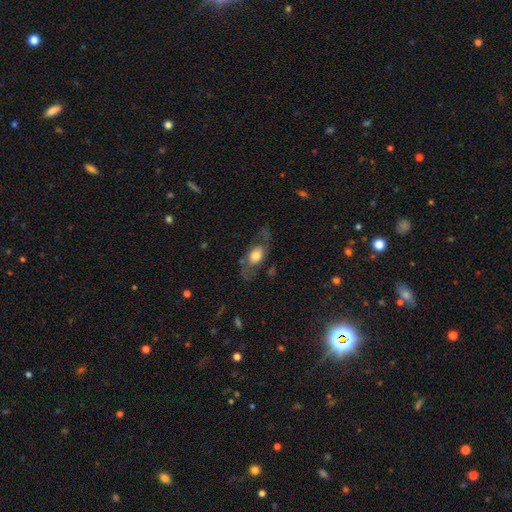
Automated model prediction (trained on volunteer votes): Smooth or featured? smooth (49%)
Merging? none (60%)